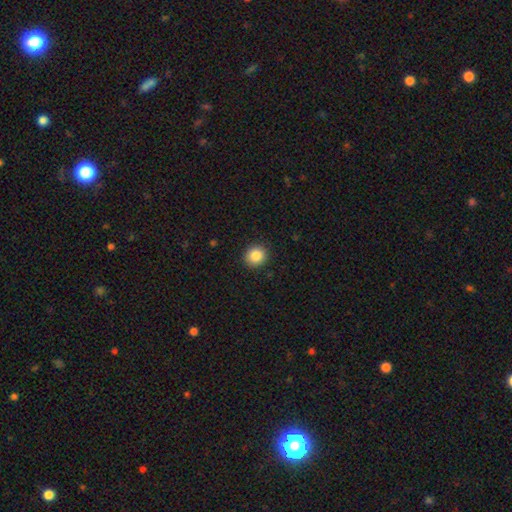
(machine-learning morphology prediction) Overall: smooth (86%). How rounded: round (86%). Merging: none (91%).